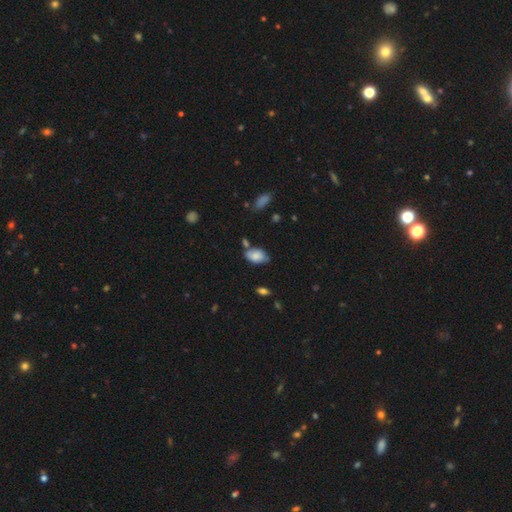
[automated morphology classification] The model was most divided on "merging": none: 55%, minor disturbance: 27%, merger: 11%, major disturbance: 6%. More confident: how rounded — in between (90%); smooth or featured — smooth (77%).